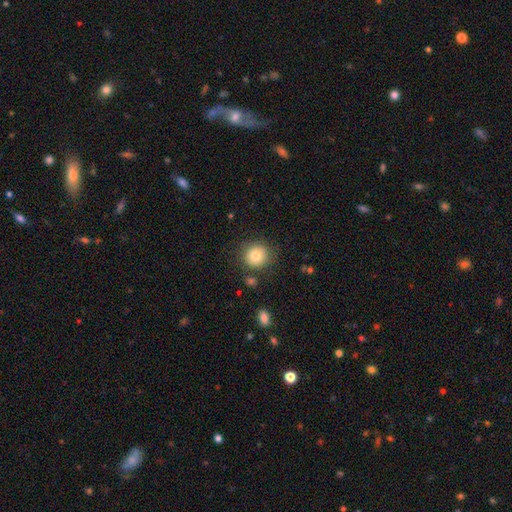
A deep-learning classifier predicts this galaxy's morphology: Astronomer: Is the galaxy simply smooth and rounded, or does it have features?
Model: smooth — 80%.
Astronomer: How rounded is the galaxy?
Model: round — 90%.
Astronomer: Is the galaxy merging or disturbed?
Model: none — 84%.